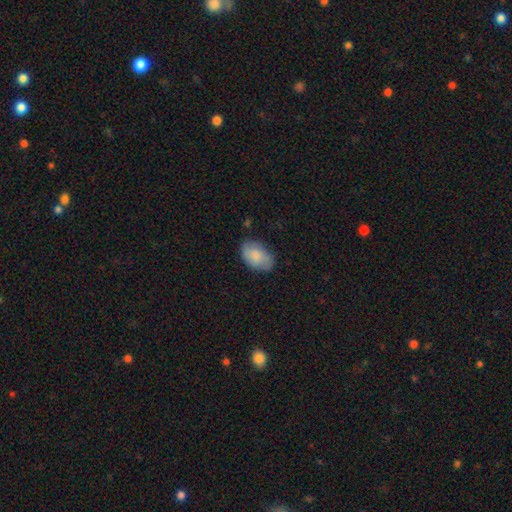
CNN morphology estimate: Smooth or featured? Predicted: smooth (p=0.81). How rounded? Predicted: in between (p=0.91). Merging? Predicted: none (p=0.74).